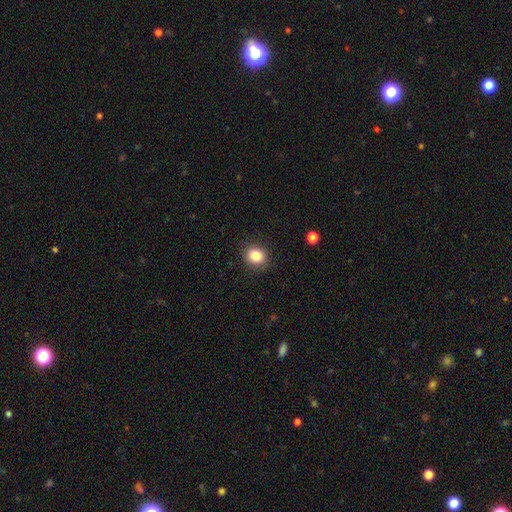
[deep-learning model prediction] A smooth galaxy with no disk features (85%) that is round (73%).

Vote fractions:
- Smooth or featured? smooth: 85% / star or artifact: 10% / featured or disk: 5%
- How rounded? round: 73% / in between: 26% / cigar-shaped: 1%
- Merging? none: 89% / minor disturbance: 8% / major disturbance: 2% / merger: 1%